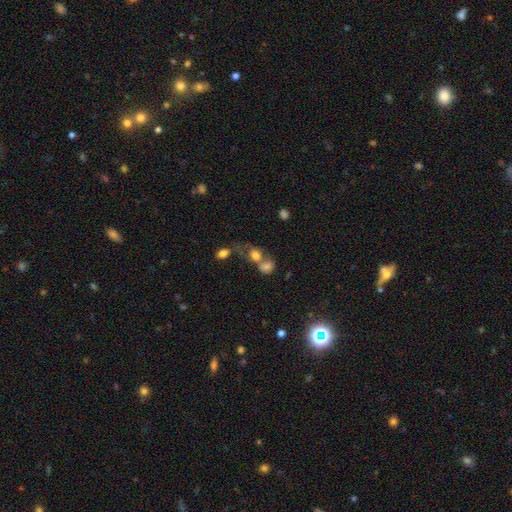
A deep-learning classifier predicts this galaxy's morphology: Smooth or featured? smooth (73%)
How rounded? in between (51%)
Merging? merger (63%)